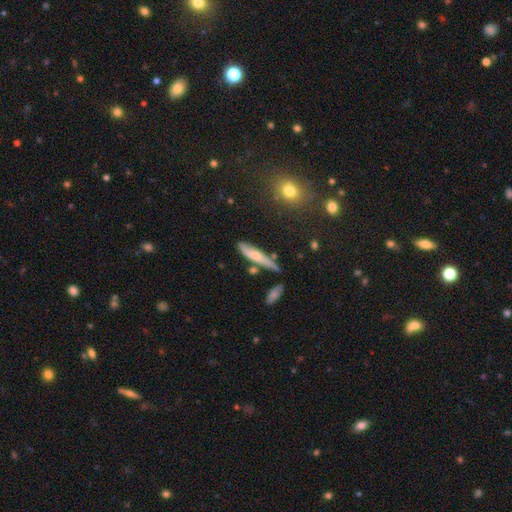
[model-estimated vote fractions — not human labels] Overall: smooth (59%; featured or disk 34%). How rounded: cigar-shaped (82%). Merging: none (63%).